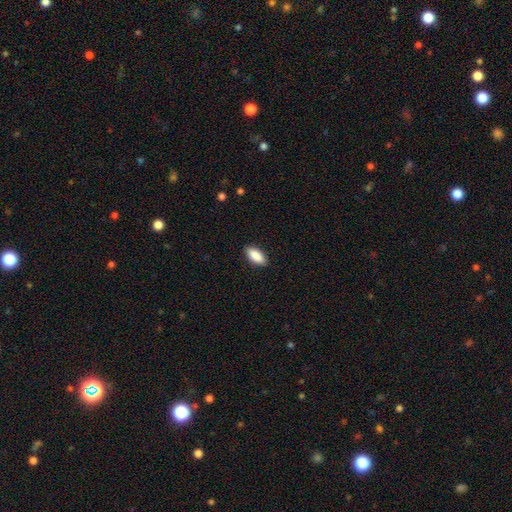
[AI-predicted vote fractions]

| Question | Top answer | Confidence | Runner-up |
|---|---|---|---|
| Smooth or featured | smooth | 89% | star or artifact (6%) |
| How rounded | in between | 87% | cigar-shaped (11%) |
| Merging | none | 89% | minor disturbance (9%) |